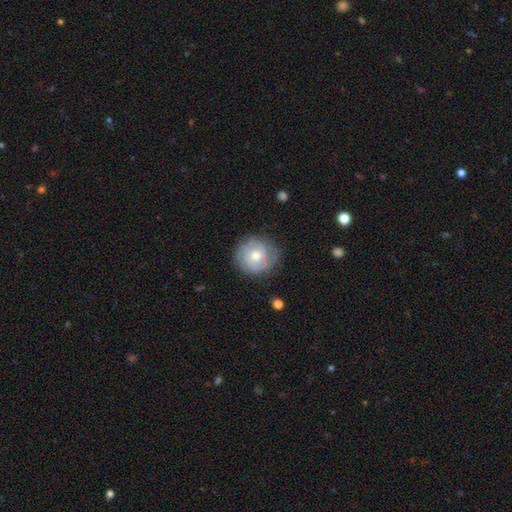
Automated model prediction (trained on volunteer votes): Smooth or featured: smooth — 46% (tied with featured or disk — 46%)
Merging: none — 72% (minor disturbance — 20%)